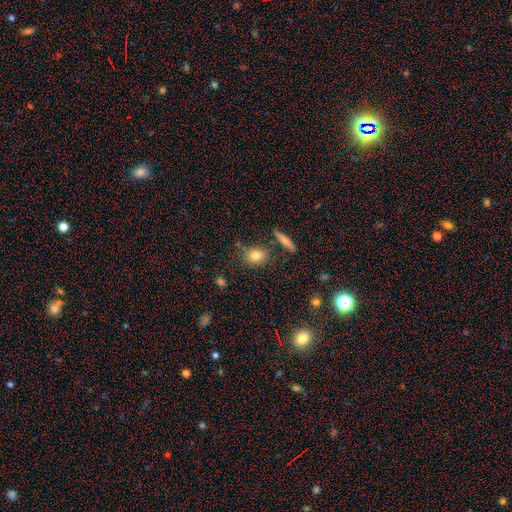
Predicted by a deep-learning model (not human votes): This appears to be a smooth galaxy with no disk features (79%) that is round (53%). Merging: none (76%).